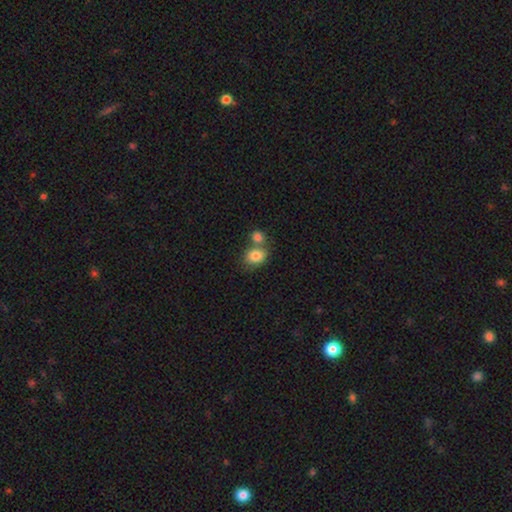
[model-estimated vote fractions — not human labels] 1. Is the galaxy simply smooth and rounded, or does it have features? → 83% smooth, 8% star or artifact, 8% featured or disk.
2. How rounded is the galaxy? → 64% in between, 35% round, 1% cigar-shaped.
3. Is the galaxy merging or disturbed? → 43% none, 42% merger, 11% minor disturbance, 4% major disturbance.